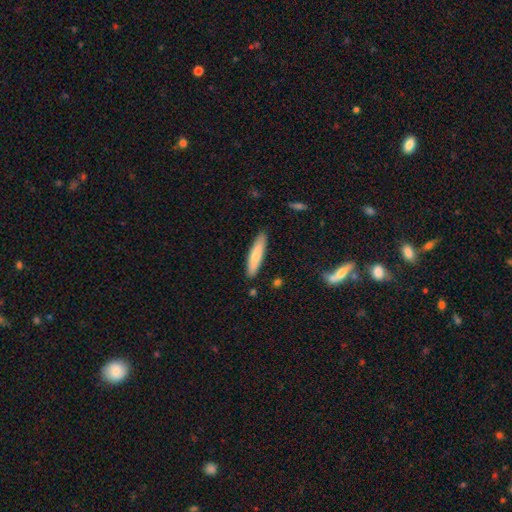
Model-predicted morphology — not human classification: The model was most divided on "how rounded": cigar-shaped: 78%, in between: 20%, round: 1%. More confident: merging — none (88%); smooth or featured — smooth (78%).